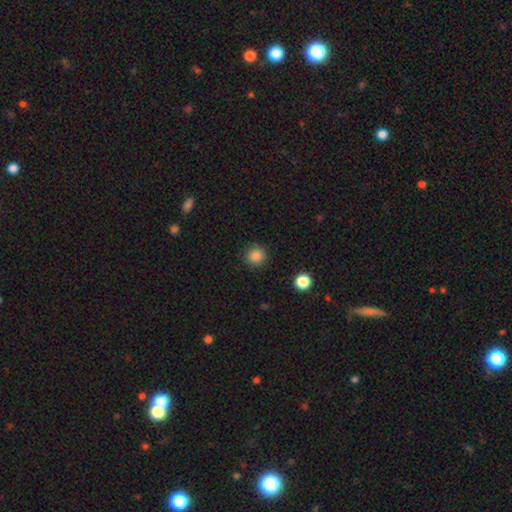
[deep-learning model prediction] Smooth or featured?
  - smooth: 85% *
  - star or artifact: 11%
  - featured or disk: 4%
How rounded?
  - round: 94% *
  - in between: 5%
  - cigar-shaped: 1%
Merging?
  - none: 91% *
  - minor disturbance: 6%
  - major disturbance: 2%
  - merger: 1%